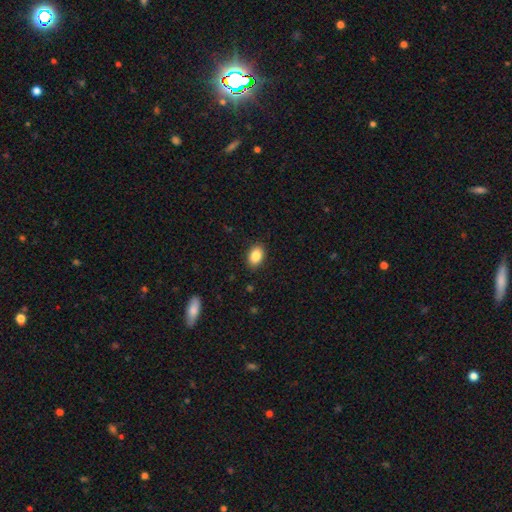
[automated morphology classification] Smooth or featured: smooth — 87% (star or artifact — 8%)
How rounded: in between — 82% (round — 17%)
Merging: none — 89% (minor disturbance — 8%)